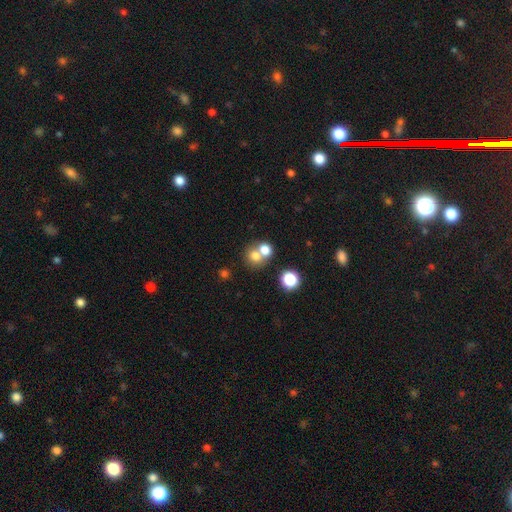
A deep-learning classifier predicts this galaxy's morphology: Overall: smooth (74%). How rounded: round (71%). Merging: merger (51%; none 39%).